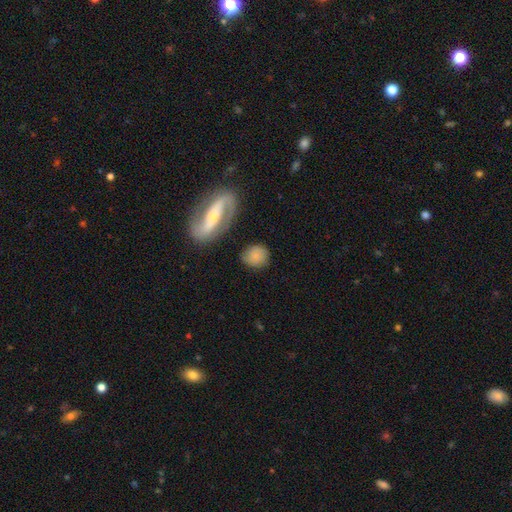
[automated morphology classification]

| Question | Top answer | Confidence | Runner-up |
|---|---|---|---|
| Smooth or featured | smooth | 70% | featured or disk (21%) |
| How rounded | round | 71% | in between (27%) |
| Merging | none | 77% | minor disturbance (14%) |